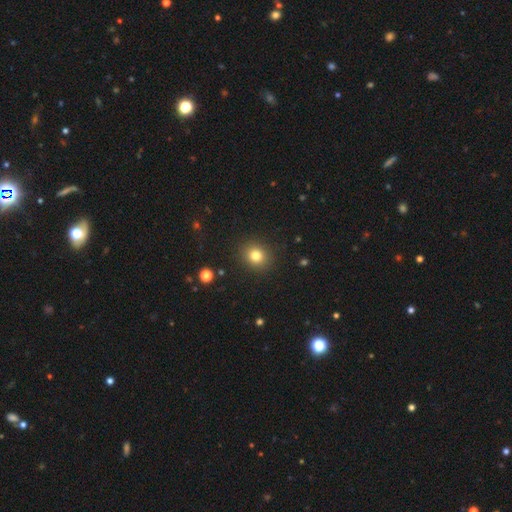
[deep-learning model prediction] Smooth or featured: smooth — 80% (star or artifact — 13%)
How rounded: round — 81% (in between — 18%)
Merging: none — 90% (minor disturbance — 6%)